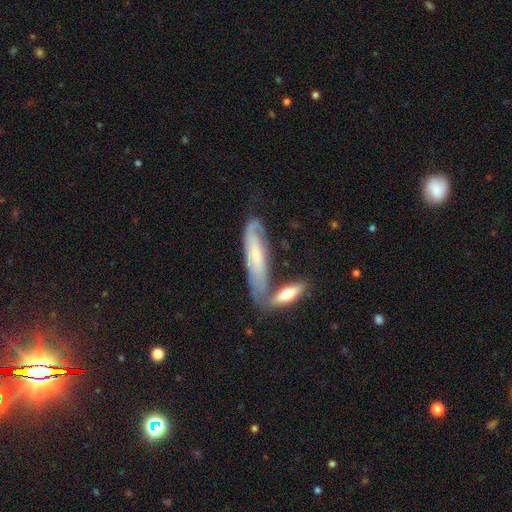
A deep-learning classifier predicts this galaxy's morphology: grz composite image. It shows a featured or disk galaxy (62%). Merging: none (47%).